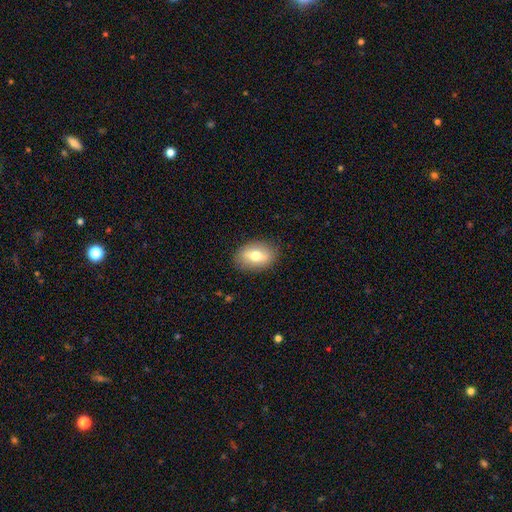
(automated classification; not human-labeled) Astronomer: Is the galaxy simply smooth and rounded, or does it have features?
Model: smooth — 65%.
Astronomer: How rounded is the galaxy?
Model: in between — 81%.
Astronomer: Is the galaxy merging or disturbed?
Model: none — 86%.